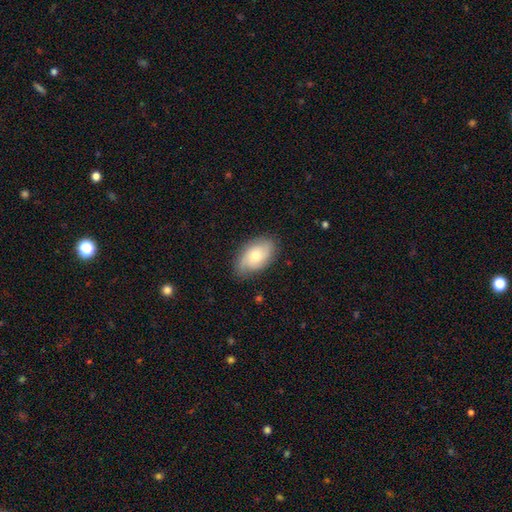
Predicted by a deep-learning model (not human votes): smooth 52%, featured or disk 42%, star or artifact 7%. Down the decision tree: how rounded — in between (90%); merging — none (77%).